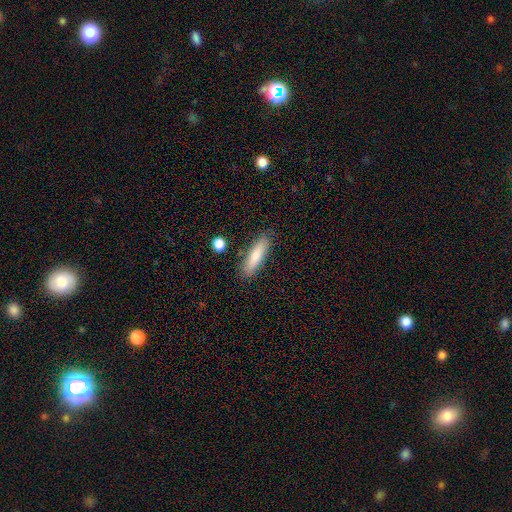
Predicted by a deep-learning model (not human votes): smooth-or-featured: smooth: 80% | featured or disk: 14% | star or artifact: 6%
  how-rounded: cigar-shaped: 65% | in between: 33% | round: 2%
  merging: none: 83% | minor disturbance: 11% | merger: 3% | major disturbance: 3%